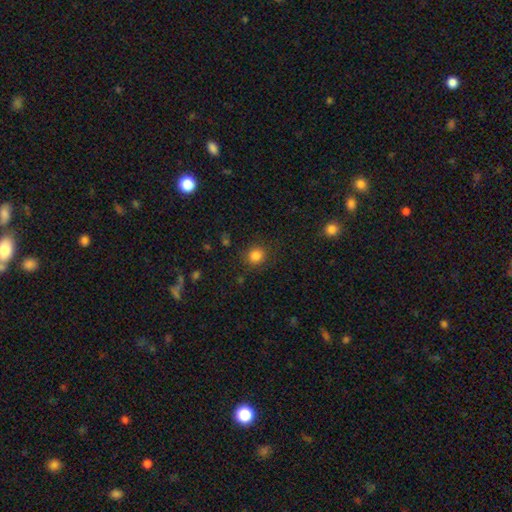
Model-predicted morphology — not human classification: Overall: smooth (83%). How rounded: round (87%). Merging: none (86%).